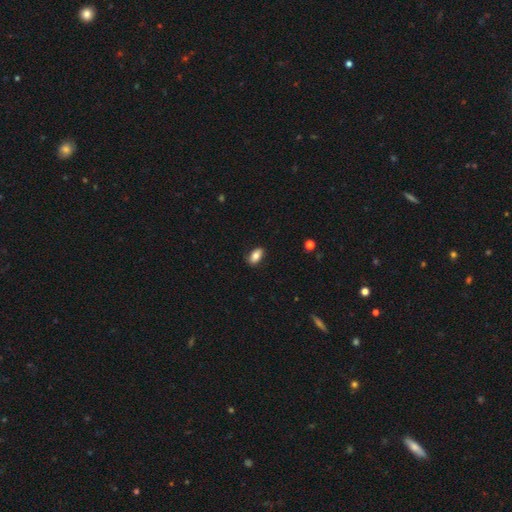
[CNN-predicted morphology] Smooth or featured? smooth (82%)
How rounded? in between (91%)
Merging? none (85%)